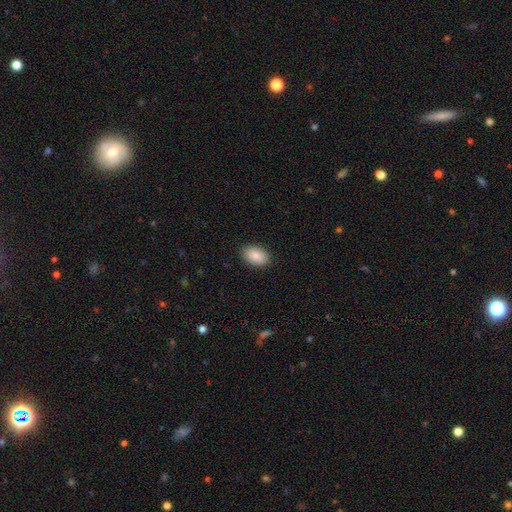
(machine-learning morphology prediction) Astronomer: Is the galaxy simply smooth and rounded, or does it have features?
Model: smooth — 87%.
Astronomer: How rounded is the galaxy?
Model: in between — 92%.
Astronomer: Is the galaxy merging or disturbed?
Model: none — 89%.